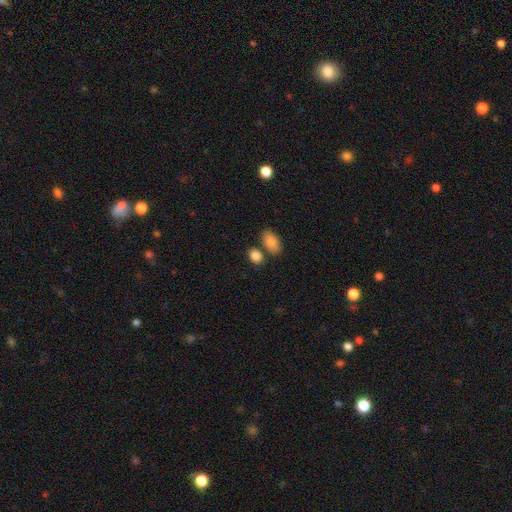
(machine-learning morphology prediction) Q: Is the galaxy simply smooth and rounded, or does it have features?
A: smooth — 86%.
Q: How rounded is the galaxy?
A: in between — 75%.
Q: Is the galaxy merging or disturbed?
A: none — 65%.